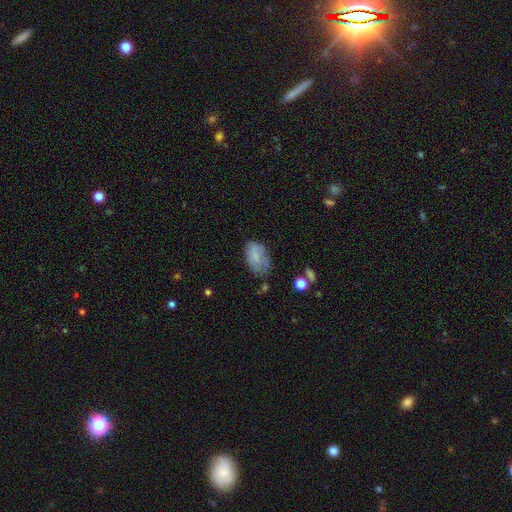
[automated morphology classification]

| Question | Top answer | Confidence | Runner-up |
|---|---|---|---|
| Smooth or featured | smooth | 76% | featured or disk (16%) |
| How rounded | in between | 91% | round (8%) |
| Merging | none | 51% | minor disturbance (32%) |